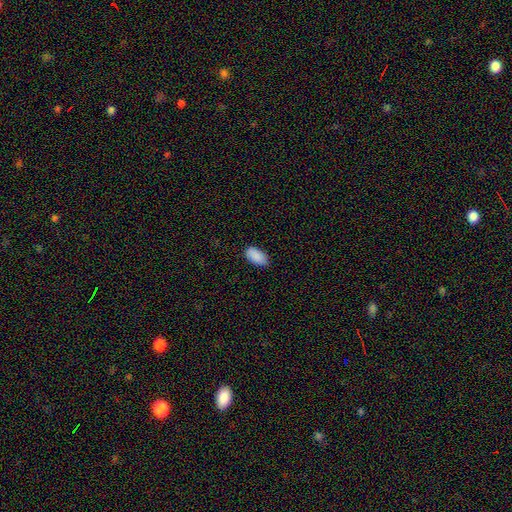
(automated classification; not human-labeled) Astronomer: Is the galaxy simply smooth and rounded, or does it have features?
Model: smooth — 89%.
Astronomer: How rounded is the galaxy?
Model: in between — 95%.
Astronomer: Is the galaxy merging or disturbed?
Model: none — 79%.